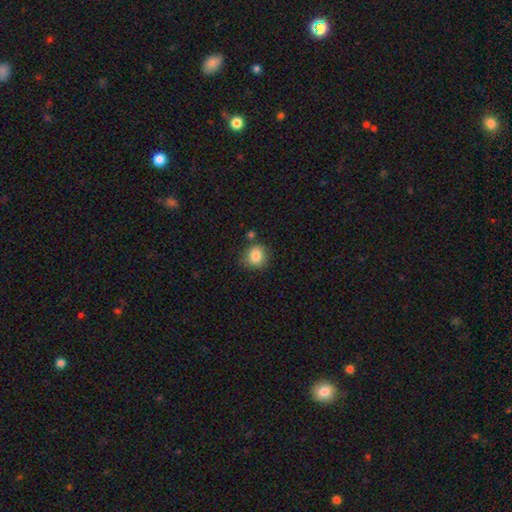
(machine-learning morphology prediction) Q: Smooth or featured?
A: smooth (85%); runner-up: star or artifact (9%)
Q: How rounded?
A: round (80%); runner-up: in between (19%)
Q: Merging?
A: none (74%); runner-up: minor disturbance (15%)